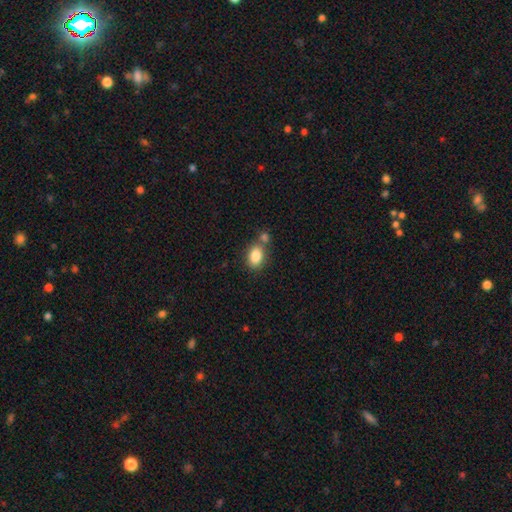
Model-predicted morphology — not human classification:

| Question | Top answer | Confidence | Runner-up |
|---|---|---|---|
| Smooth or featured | smooth | 85% | star or artifact (8%) |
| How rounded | in between | 75% | round (24%) |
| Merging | none | 56% | merger (28%) |